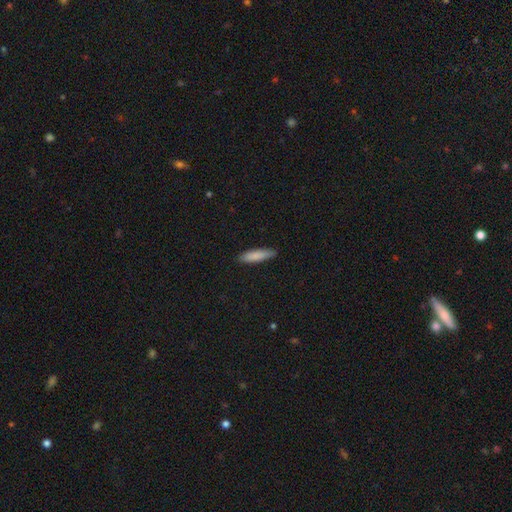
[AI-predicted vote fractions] The model was most divided on "how rounded": cigar-shaped: 77%, in between: 21%, round: 1%. More confident: merging — none (87%); smooth or featured — smooth (83%).